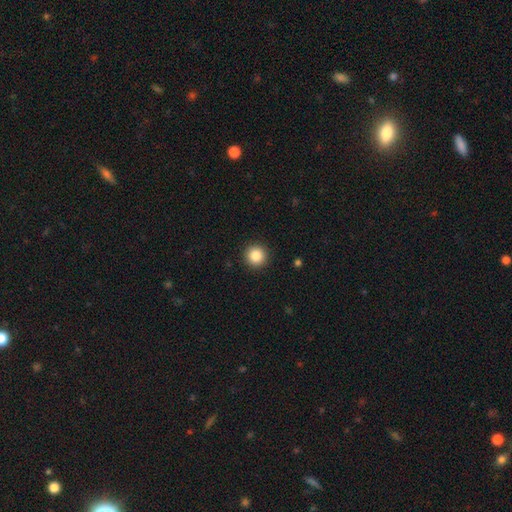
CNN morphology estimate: smooth_or_featured: smooth (p=0.86) [alt: star or artifact p=0.10]
how_rounded: round (p=0.96) [alt: in between p=0.03]
merging: none (p=0.93) [alt: minor disturbance p=0.05]